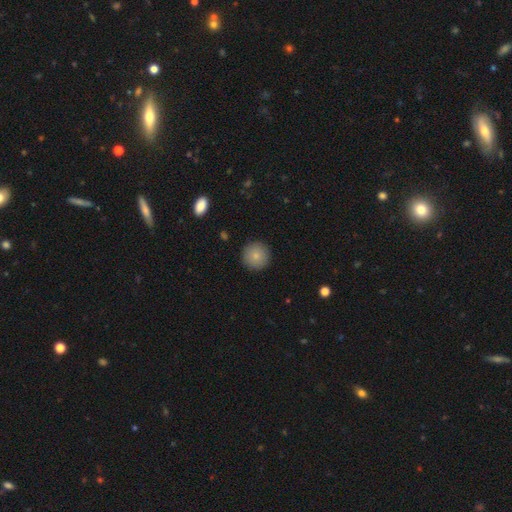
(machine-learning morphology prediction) type=smooth (84%); roundness=round (95%); merging=none (91%).